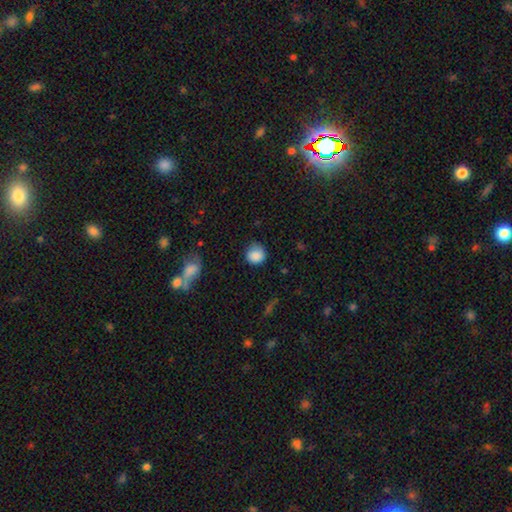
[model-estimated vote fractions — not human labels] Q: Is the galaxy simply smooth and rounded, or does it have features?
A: smooth — 86%.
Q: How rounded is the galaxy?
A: round — 86%.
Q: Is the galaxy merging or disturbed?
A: none — 70%.